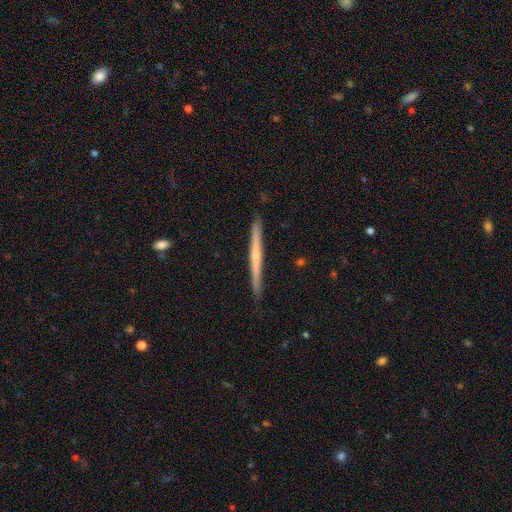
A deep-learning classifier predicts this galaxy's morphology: A featured or disk galaxy (62%) viewed edge-on (98%) with no central bulge (55%). Merging: none (90%).